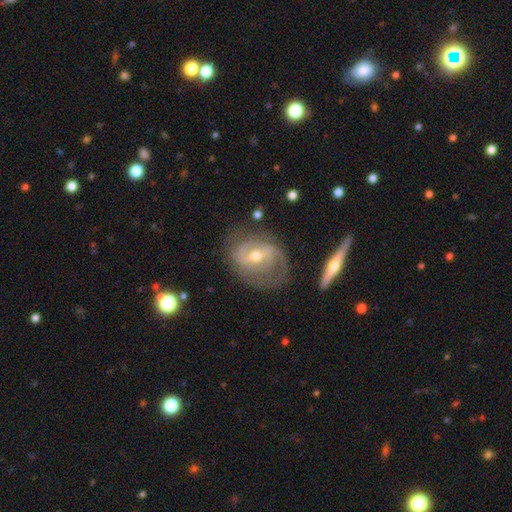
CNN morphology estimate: Smooth or featured?
  - featured or disk: 80% *
  - smooth: 13%
  - star or artifact: 7%
Edge-on disk?
  - no: 93% *
  - yes: 7%
Bar?
  - weak: 41% *
  - strong: 32%
  - no: 27%
Spiral arms?
  - yes: 85% *
  - no: 15%
Spiral winding?
  - medium: 40% * (tied)
  - tight: 40% * (tied)
  - loose: 20%
Spiral arm count?
  - 2: 61% *
  - can't tell: 21%
  - 3: 8%
  - 1: 7%
  - 4: 2%
  - more than 4: 2%
Bulge size?
  - moderate: 58% *
  - small: 38%
  - large: 2%
  - none: 1%
  - dominant: 1%
Merging?
  - none: 61% *
  - minor disturbance: 21%
  - major disturbance: 15%
  - merger: 3%